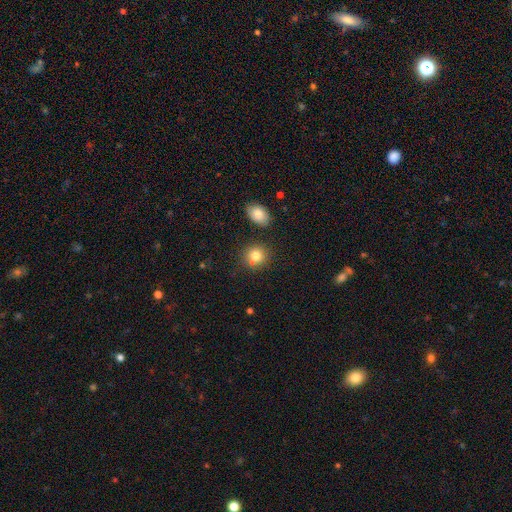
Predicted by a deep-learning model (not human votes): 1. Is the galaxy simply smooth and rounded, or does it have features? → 79% smooth, 11% star or artifact, 9% featured or disk.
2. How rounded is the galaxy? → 80% round, 19% in between, 1% cigar-shaped.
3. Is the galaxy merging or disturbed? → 72% none, 13% merger, 12% minor disturbance, 3% major disturbance.